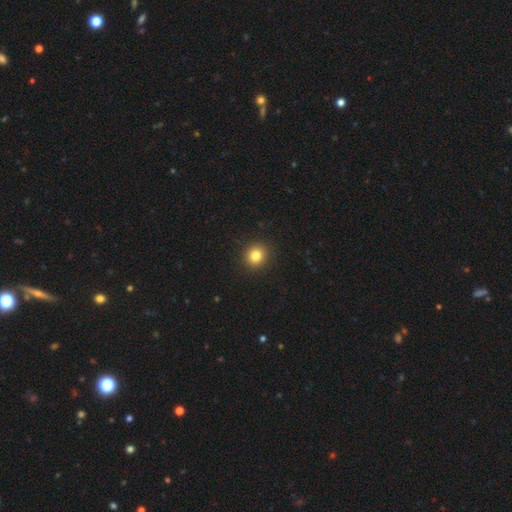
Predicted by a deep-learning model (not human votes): smooth 82%, star or artifact 12%, featured or disk 6%. Down the decision tree: how rounded — round (85%); merging — none (92%).